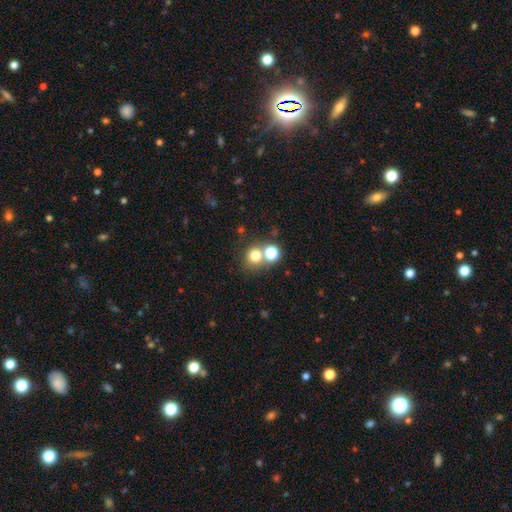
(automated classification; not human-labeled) smooth 73%, star or artifact 17%, featured or disk 10%. Down the decision tree: how rounded — round (88%); merging — none (59%).